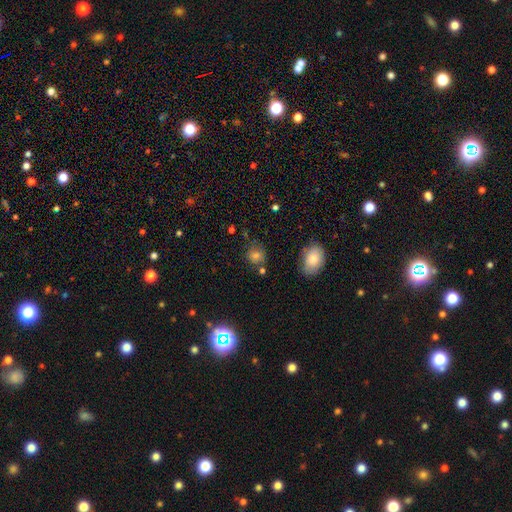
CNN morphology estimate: A smooth galaxy with no disk features (73%) that is round (76%).

Vote fractions:
- Smooth or featured? smooth: 73% / star or artifact: 17% / featured or disk: 11%
- How rounded? round: 76% / in between: 22% / cigar-shaped: 1%
- Merging? none: 71% / minor disturbance: 16% / merger: 8% / major disturbance: 5%